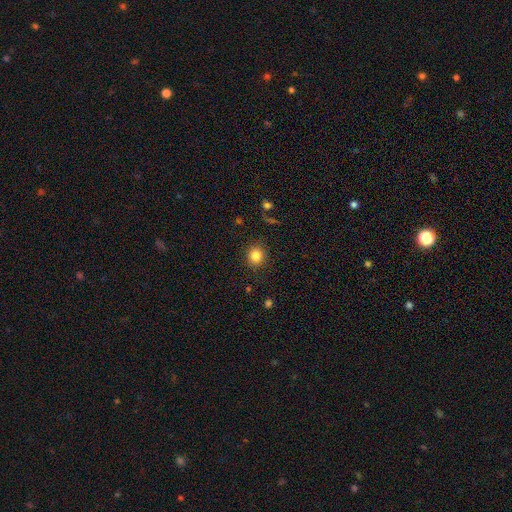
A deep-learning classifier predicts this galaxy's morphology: A smooth galaxy with no disk features (84%) that is round (88%). Merging: none (89%).